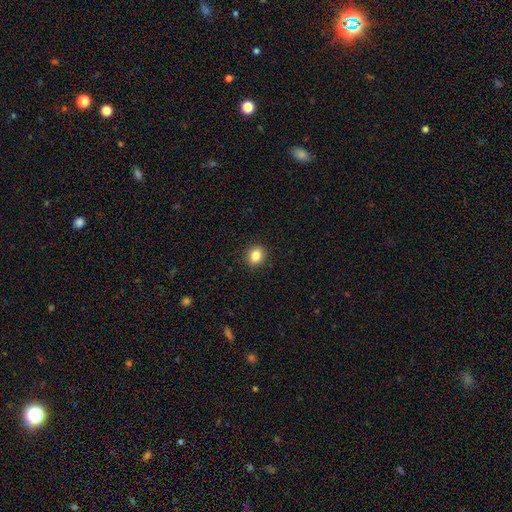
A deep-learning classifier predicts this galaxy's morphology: Smooth or featured?
  - smooth: 84% *
  - star or artifact: 10%
  - featured or disk: 6%
How rounded?
  - round: 68% *
  - in between: 31%
  - cigar-shaped: 1%
Merging?
  - none: 91% *
  - minor disturbance: 6%
  - major disturbance: 2%
  - merger: 1%